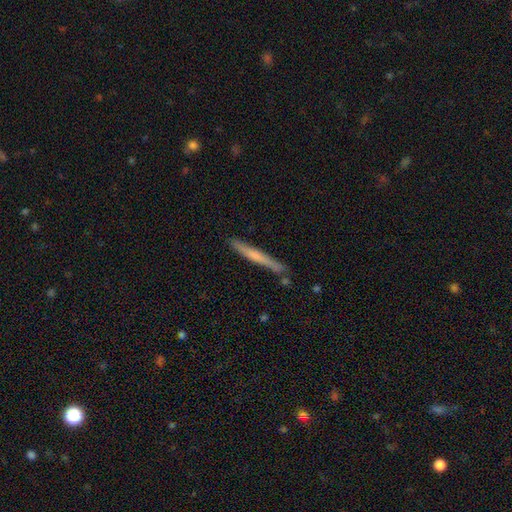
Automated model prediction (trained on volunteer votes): A smooth galaxy with no disk features (52%) that is cigar-shaped (96%).

Vote fractions:
- Smooth or featured? smooth: 52% / featured or disk: 42% / star or artifact: 6%
- How rounded? cigar-shaped: 96% / in between: 2% / round: 1%
- Merging? none: 83% / minor disturbance: 11% / merger: 4% / major disturbance: 2%